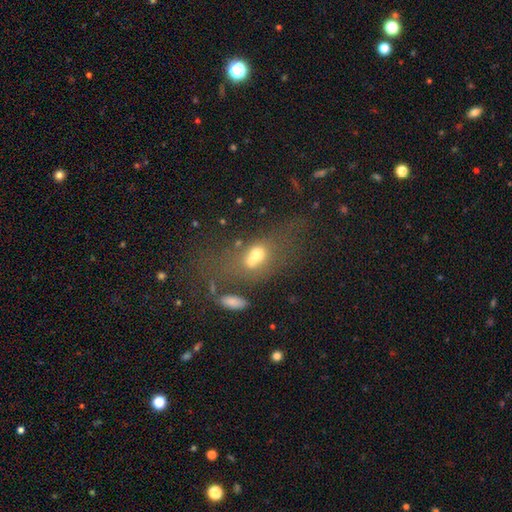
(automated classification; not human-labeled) Q: Smooth or featured?
A: smooth (51%); runner-up: featured or disk (32%)
Q: How rounded?
A: in between (73%); runner-up: round (14%)
Q: Merging?
A: major disturbance (31%); tied with: none (31%)